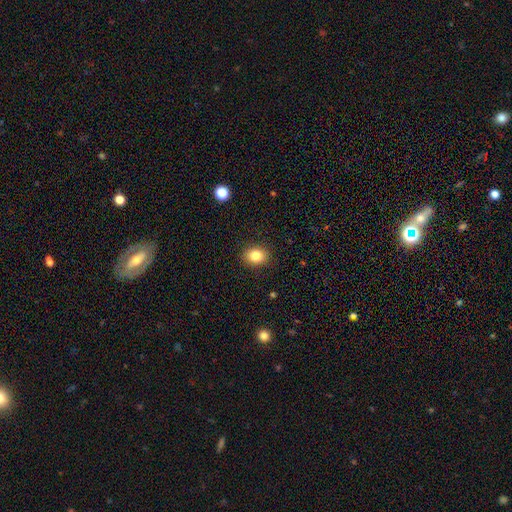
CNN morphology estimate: Smooth or featured?
  - smooth: 84% *
  - star or artifact: 10%
  - featured or disk: 6%
How rounded?
  - in between: 50% *
  - round: 49%
  - cigar-shaped: 1%
Merging?
  - none: 89% *
  - minor disturbance: 8%
  - major disturbance: 2%
  - merger: 1%